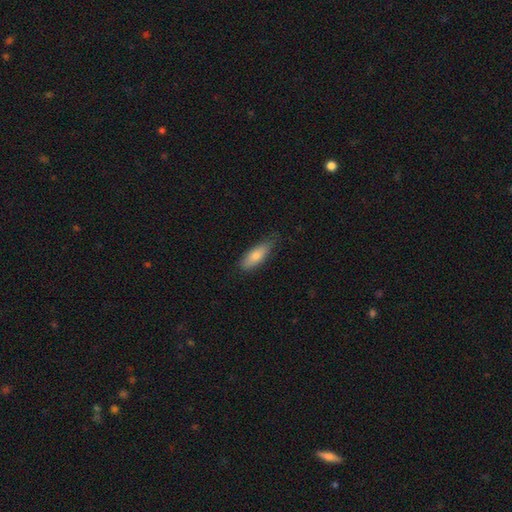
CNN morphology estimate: type=smooth (77%); roundness=in between (57%); merging=none (74%).